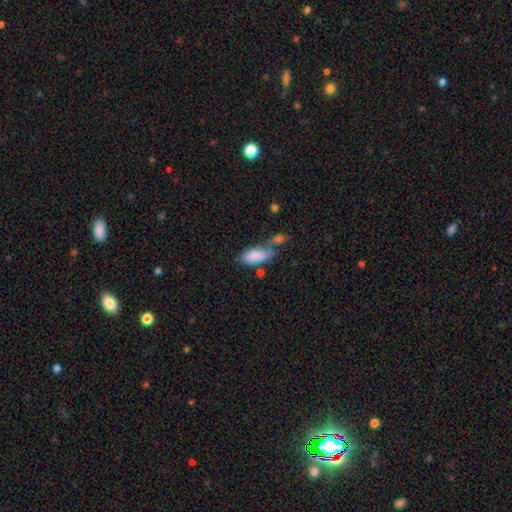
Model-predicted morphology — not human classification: Overall: smooth (82%). How rounded: in between (89%). Merging: none (35%; merger 32%).